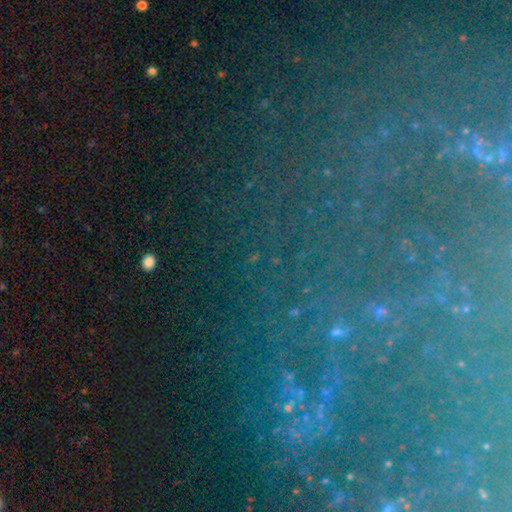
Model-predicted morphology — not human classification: smooth_or_featured: star or artifact (p=0.66) [alt: featured or disk p=0.20]